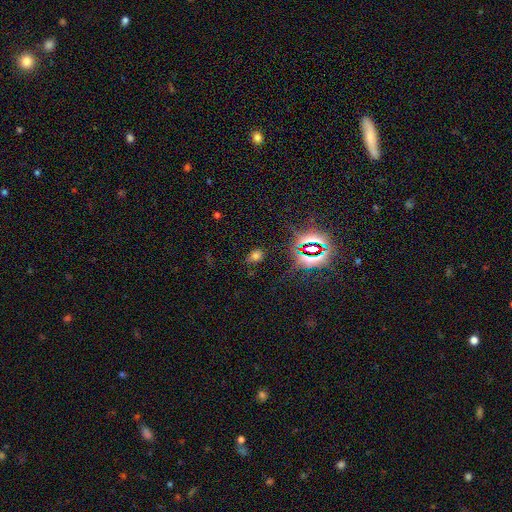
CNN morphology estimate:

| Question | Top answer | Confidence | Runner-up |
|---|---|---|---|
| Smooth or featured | smooth | 56% | star or artifact (36%) |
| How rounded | in between | 69% | round (29%) |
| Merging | none | 78% | minor disturbance (14%) |